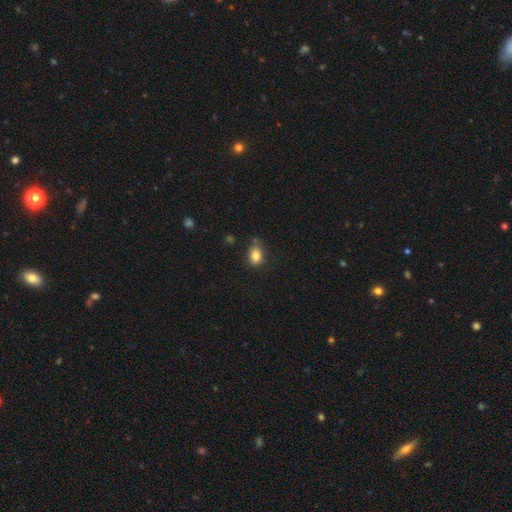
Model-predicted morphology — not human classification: Q: Smooth or featured?
A: smooth (83%); runner-up: star or artifact (10%)
Q: How rounded?
A: in between (68%); runner-up: round (31%)
Q: Merging?
A: none (73%); runner-up: minor disturbance (18%)